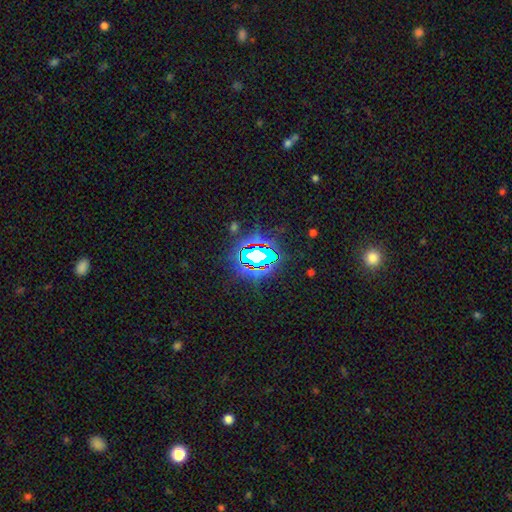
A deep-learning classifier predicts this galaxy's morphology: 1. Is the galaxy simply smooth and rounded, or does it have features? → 78% star or artifact, 13% smooth, 9% featured or disk.